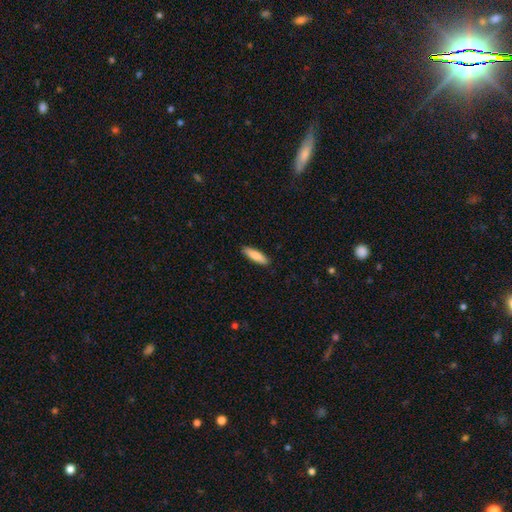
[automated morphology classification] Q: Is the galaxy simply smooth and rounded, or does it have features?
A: smooth — 83%.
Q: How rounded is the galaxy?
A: cigar-shaped — 65%.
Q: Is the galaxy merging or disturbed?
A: none — 89%.